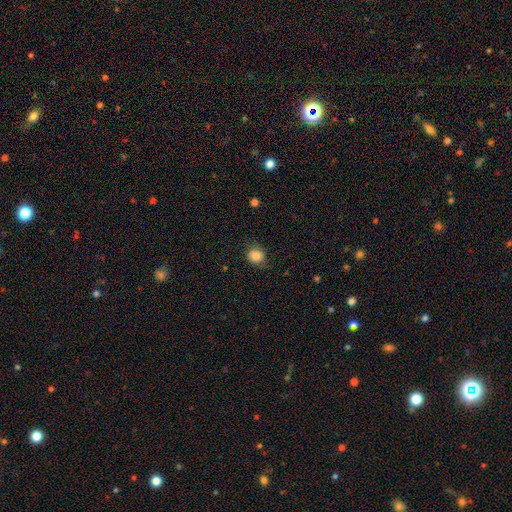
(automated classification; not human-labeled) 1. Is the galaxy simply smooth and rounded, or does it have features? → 84% smooth, 9% star or artifact, 7% featured or disk.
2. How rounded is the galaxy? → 79% round, 20% in between, 1% cigar-shaped.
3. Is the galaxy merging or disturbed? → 73% none, 20% minor disturbance, 6% major disturbance, 1% merger.